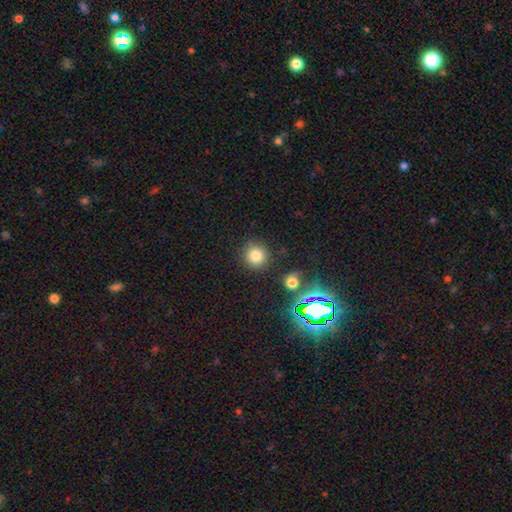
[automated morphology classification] Smooth or featured? Predicted: smooth (p=0.78). How rounded? Predicted: round (p=0.93). Merging? Predicted: none (p=0.86).